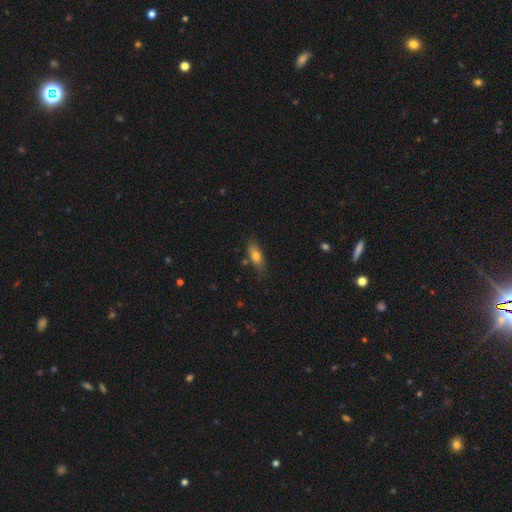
Smooth or featured?
  - smooth: 69% *
  - featured or disk: 23%
  - star or artifact: 8%
How rounded?
  - cigar-shaped: 52% *
  - in between: 48%
  - round: 0%
Merging?
  - none: 67% *
  - minor disturbance: 25%
  - major disturbance: 6%
  - merger: 3%